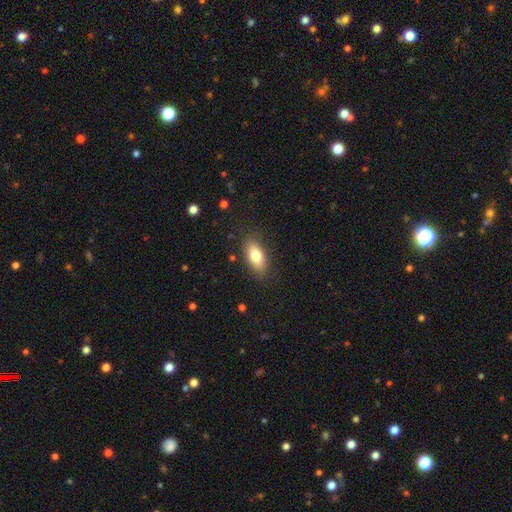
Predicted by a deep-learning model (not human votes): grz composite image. It shows a smooth galaxy with no disk features (77%) that is in between round and cigar-shaped (86%). Merging: none (83%).